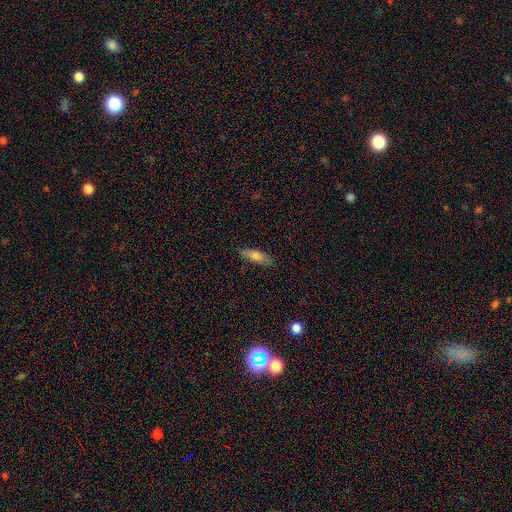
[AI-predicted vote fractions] smooth 73%, featured or disk 20%, star or artifact 7%. Down the decision tree: how rounded — cigar-shaped (50%); merging — none (85%).